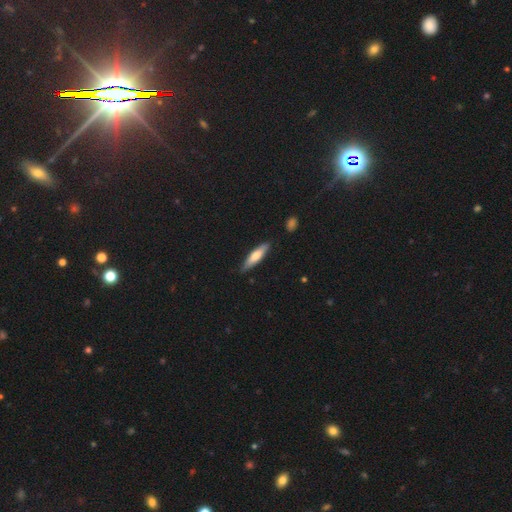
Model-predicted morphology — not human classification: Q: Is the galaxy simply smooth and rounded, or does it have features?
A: smooth — 64%.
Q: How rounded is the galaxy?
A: cigar-shaped — 75%.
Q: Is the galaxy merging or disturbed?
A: none — 84%.